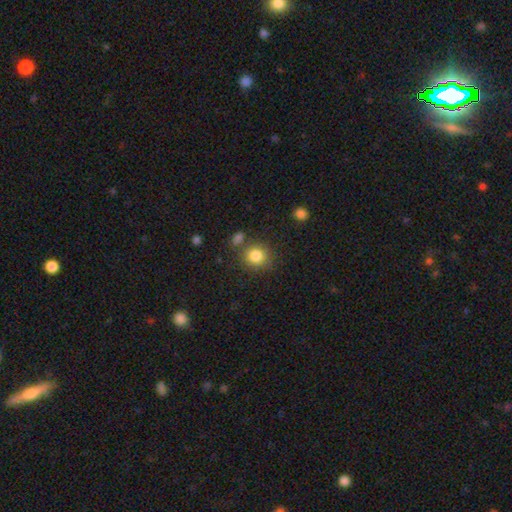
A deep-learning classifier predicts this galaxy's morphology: Smooth or featured: smooth — 84% (star or artifact — 10%)
How rounded: round — 85% (in between — 14%)
Merging: none — 76% (minor disturbance — 11%)